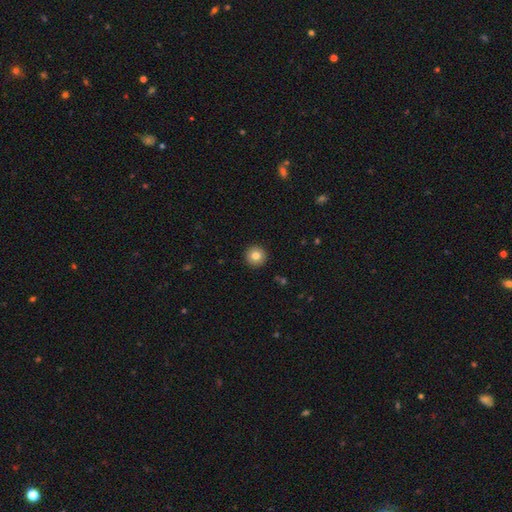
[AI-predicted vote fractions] Smooth or featured? Predicted: smooth (p=0.81). How rounded? Predicted: round (p=0.96). Merging? Predicted: none (p=0.93).